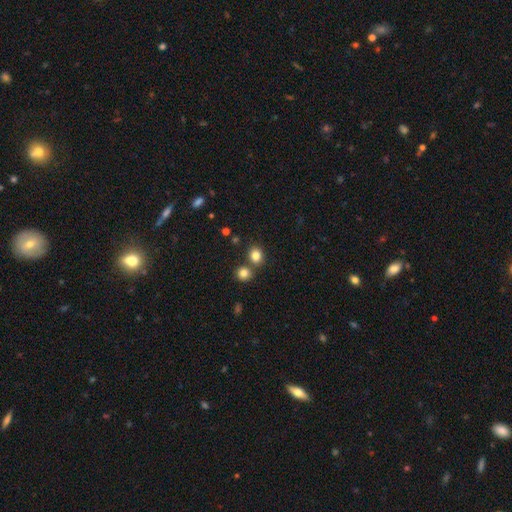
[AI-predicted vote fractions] Q: Smooth or featured?
A: smooth (82%); runner-up: star or artifact (12%)
Q: How rounded?
A: round (74%); runner-up: in between (25%)
Q: Merging?
A: none (69%); runner-up: merger (20%)